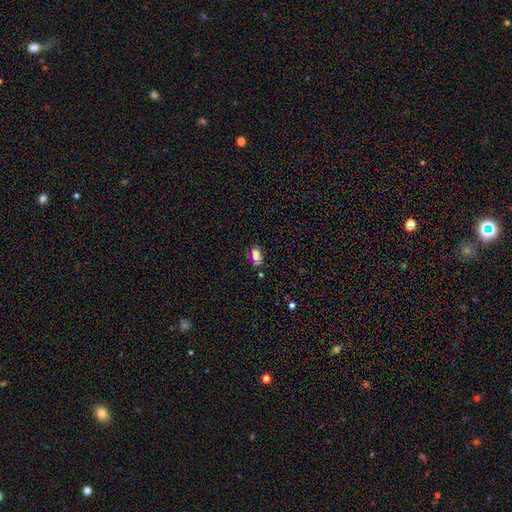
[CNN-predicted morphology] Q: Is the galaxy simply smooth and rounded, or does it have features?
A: smooth — 67%.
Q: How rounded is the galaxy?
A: in between — 87%.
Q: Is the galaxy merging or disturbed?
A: none — 80%.